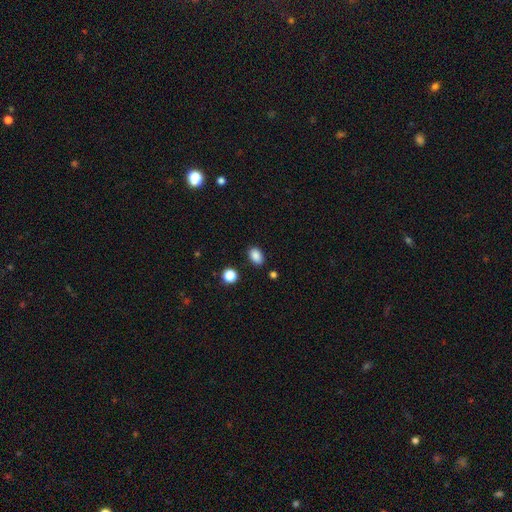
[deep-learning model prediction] This is clearly a smooth galaxy (87%). How rounded: clearly in between (83%). Merging: clearly none (85%).